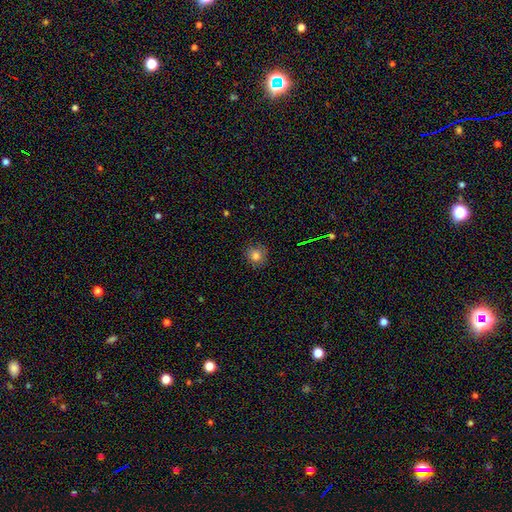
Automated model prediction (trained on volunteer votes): Overall: smooth (80%). How rounded: round (88%). Merging: none (81%).